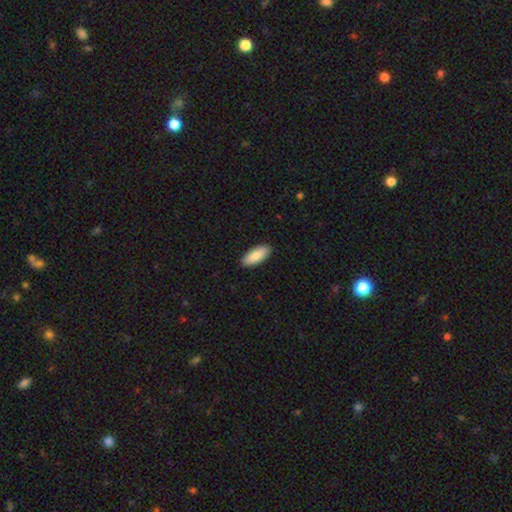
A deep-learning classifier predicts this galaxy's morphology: Q: Smooth or featured?
A: smooth (85%); runner-up: featured or disk (9%)
Q: How rounded?
A: in between (83%); runner-up: cigar-shaped (15%)
Q: Merging?
A: none (90%); runner-up: minor disturbance (7%)